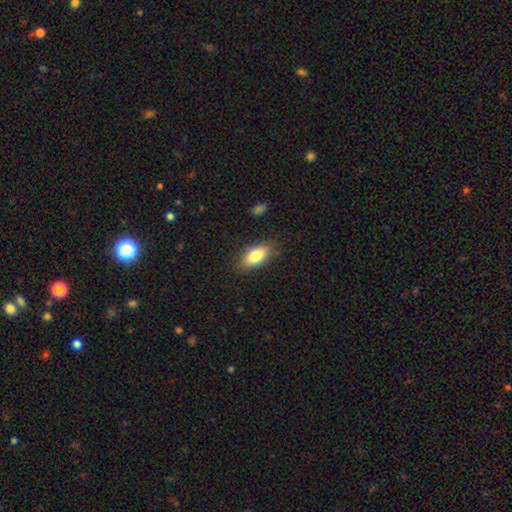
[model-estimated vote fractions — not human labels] Morphology: type=smooth (82%); roundness=in between (89%); merging=none (84%).